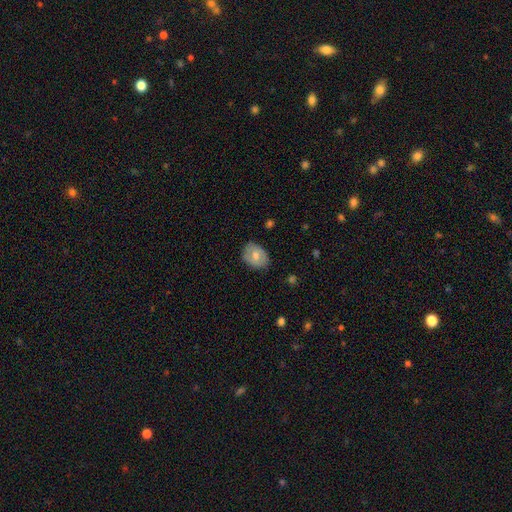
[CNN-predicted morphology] This appears to be a smooth galaxy with no disk features (60%) that is in between round and cigar-shaped (65%). Merging: none (77%).